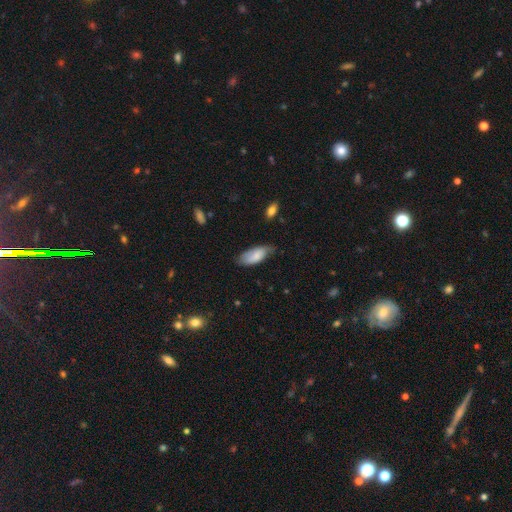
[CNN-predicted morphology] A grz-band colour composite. It shows a smooth galaxy with no disk features (75%) that is in between round and cigar-shaped (85%). Merging: none (53%).